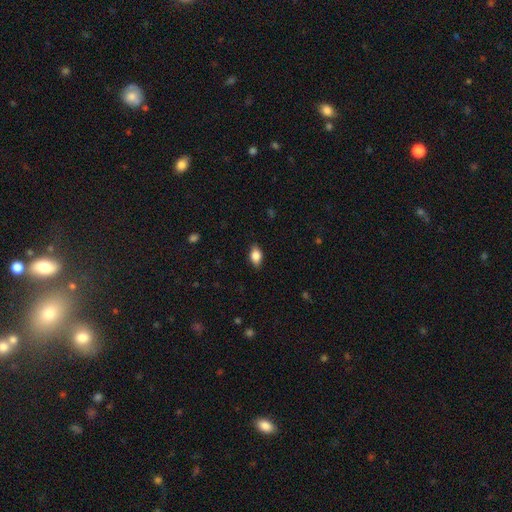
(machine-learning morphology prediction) type=smooth (82%); roundness=in between (85%); merging=none (84%).